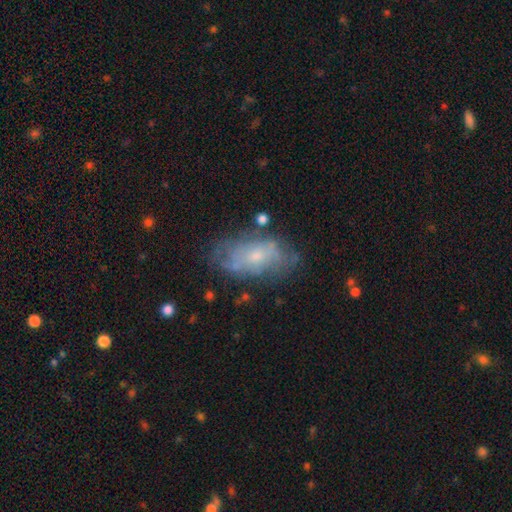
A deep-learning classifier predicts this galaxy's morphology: Smooth or featured: featured or disk — 54% (smooth — 38%)
Edge-on disk: no — 91% (yes — 9%)
Merging: none — 62% (minor disturbance — 24%)